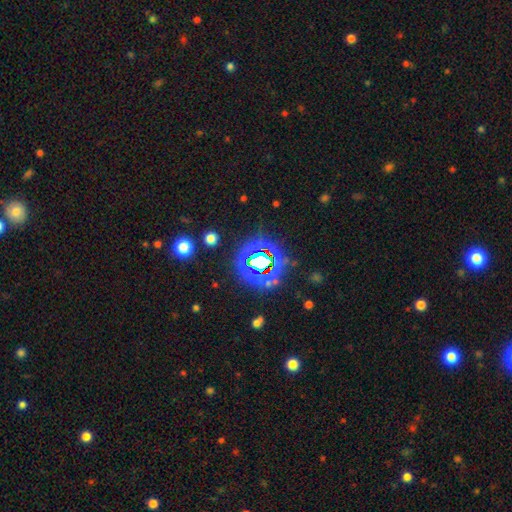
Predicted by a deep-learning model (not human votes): A star or artifact, not a galaxy (73%).